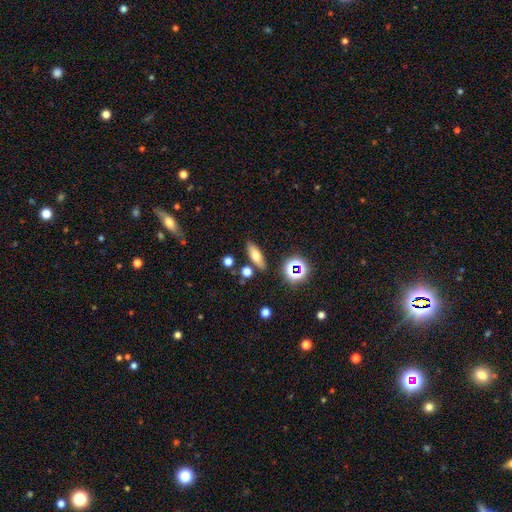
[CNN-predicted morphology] Smooth or featured? Predicted: smooth (p=0.63). How rounded? Predicted: in between (p=0.56). Merging? Predicted: none (p=0.82).